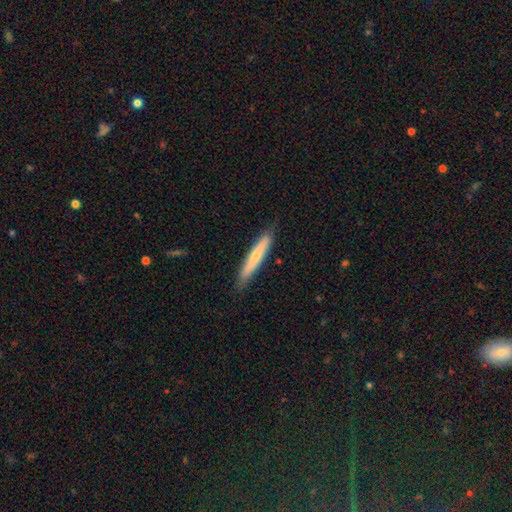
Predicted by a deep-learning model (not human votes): This appears to be a smooth galaxy with no disk features (60%) that is cigar-shaped (93%). Merging: none (86%).